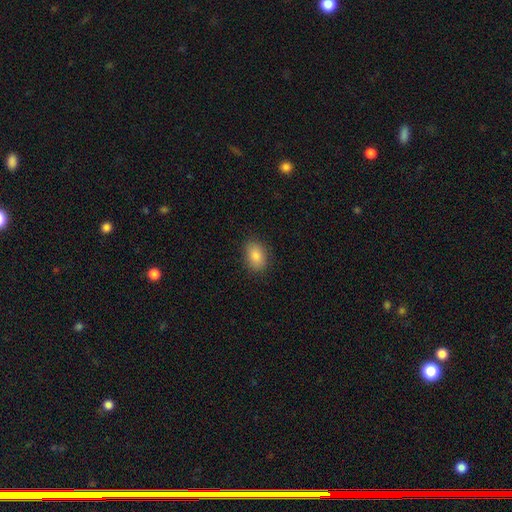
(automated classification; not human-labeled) This is clearly a smooth galaxy (85%). How rounded: clearly in between (83%). Merging: clearly none (87%).